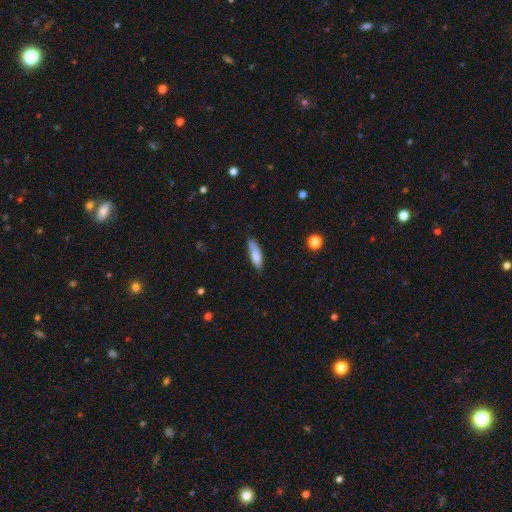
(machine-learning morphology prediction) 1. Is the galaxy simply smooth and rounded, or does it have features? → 81% smooth, 13% featured or disk, 7% star or artifact.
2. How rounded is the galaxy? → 54% cigar-shaped, 44% in between, 2% round.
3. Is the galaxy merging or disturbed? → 71% none, 24% minor disturbance, 4% major disturbance, 2% merger.